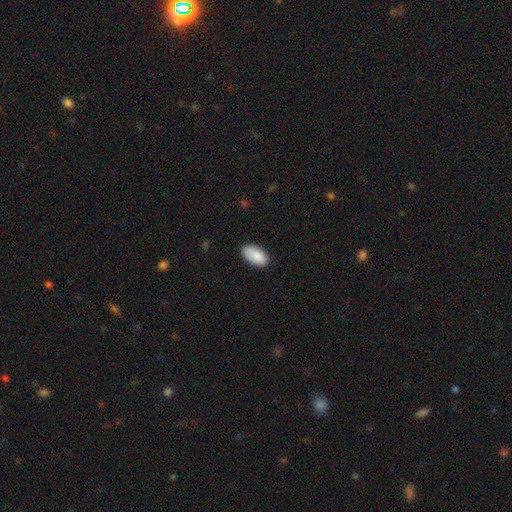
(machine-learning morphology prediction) A smooth galaxy with no disk features (88%) that is in between round and cigar-shaped (95%).

Vote fractions:
- Smooth or featured? smooth: 88% / star or artifact: 6% / featured or disk: 5%
- How rounded? in between: 95% / round: 3% / cigar-shaped: 2%
- Merging? none: 81% / minor disturbance: 15% / major disturbance: 2% / merger: 1%